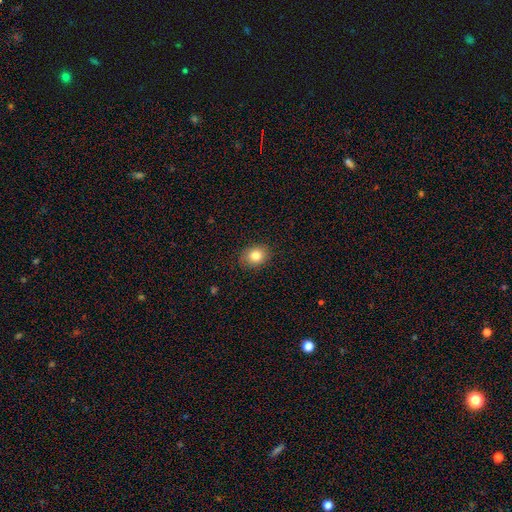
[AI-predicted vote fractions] This is clearly a smooth galaxy (82%). How rounded: possibly round (50%). Merging: clearly none (88%).